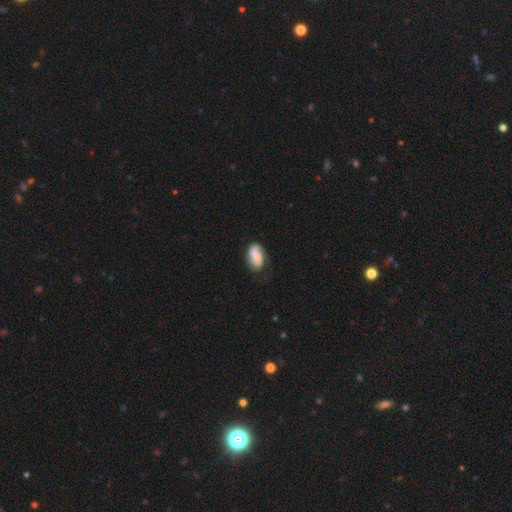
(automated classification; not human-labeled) Smooth or featured? smooth (56%)
How rounded? in between (90%)
Merging? none (64%)